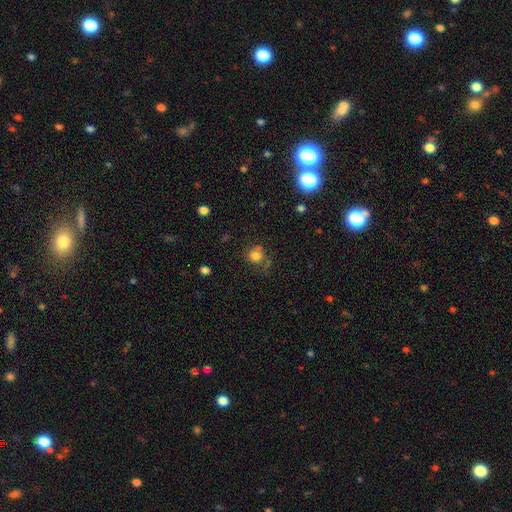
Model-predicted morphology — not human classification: Smooth or featured?
  - smooth: 78% *
  - star or artifact: 13%
  - featured or disk: 9%
How rounded?
  - round: 78% *
  - in between: 21%
  - cigar-shaped: 1%
Merging?
  - none: 61% *
  - minor disturbance: 19%
  - major disturbance: 10%
  - merger: 10%